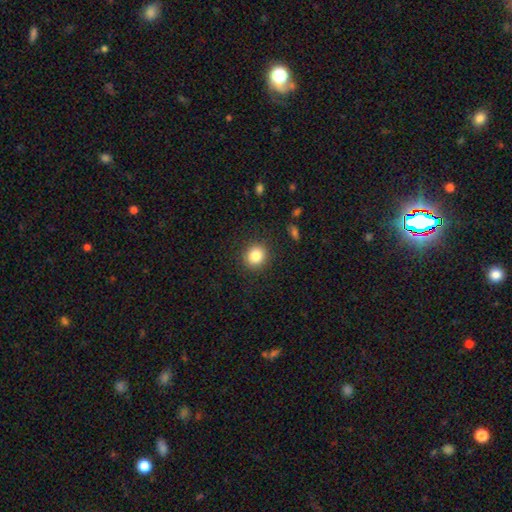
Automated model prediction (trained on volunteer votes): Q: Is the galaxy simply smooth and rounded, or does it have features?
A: smooth — 84%.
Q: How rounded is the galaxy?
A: round — 87%.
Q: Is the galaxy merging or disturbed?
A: none — 89%.